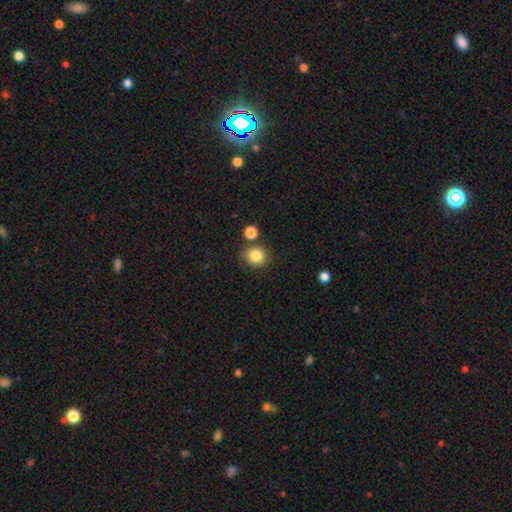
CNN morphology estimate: Q: Smooth or featured?
A: smooth (85%); runner-up: star or artifact (10%)
Q: How rounded?
A: round (85%); runner-up: in between (14%)
Q: Merging?
A: none (77%); runner-up: minor disturbance (10%)